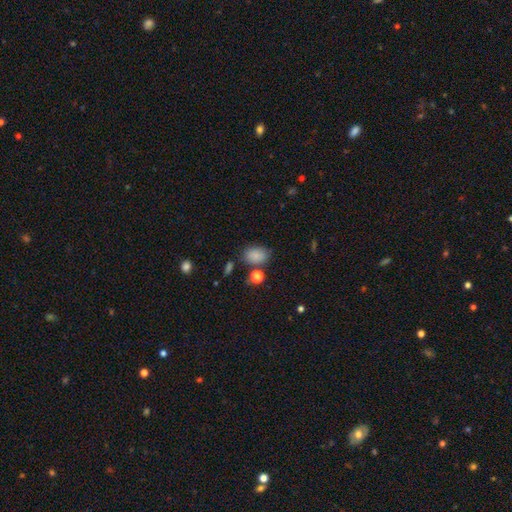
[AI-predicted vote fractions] smooth 85%, star or artifact 10%, featured or disk 5%. Down the decision tree: how rounded — in between (76%); merging — none (72%).